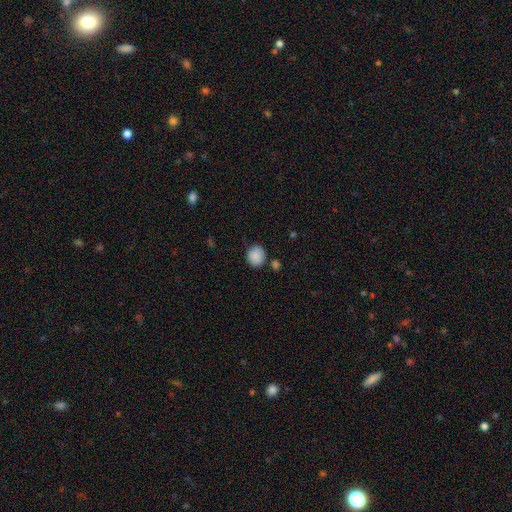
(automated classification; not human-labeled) smooth 88%, star or artifact 8%, featured or disk 5%. Down the decision tree: how rounded — round (82%); merging — none (77%).